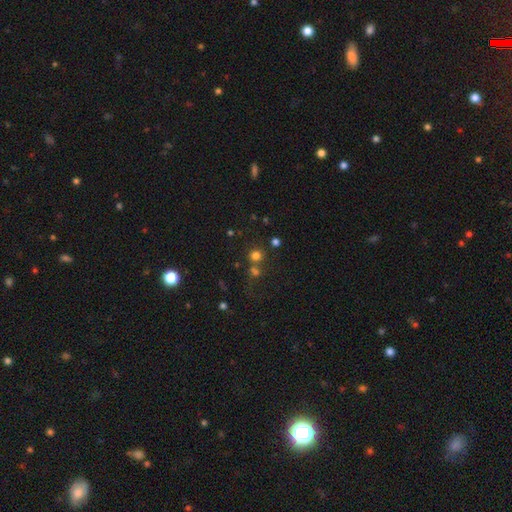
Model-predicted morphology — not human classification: A smooth galaxy with no disk features (69%) that is round (88%). Merging: none (62%).